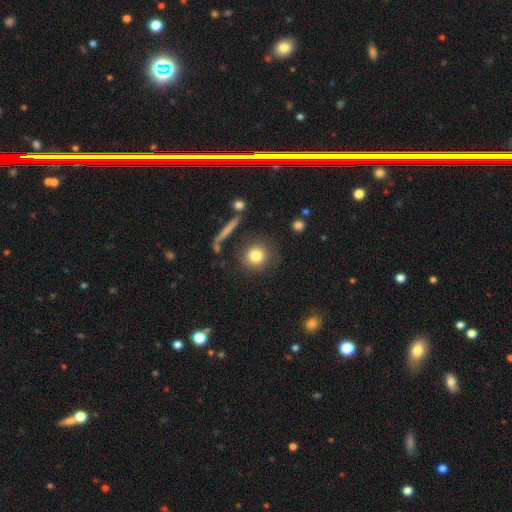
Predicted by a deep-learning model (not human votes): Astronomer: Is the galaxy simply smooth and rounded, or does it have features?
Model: smooth — 81%.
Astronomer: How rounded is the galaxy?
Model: round — 90%.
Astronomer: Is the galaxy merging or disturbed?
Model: none — 80%.